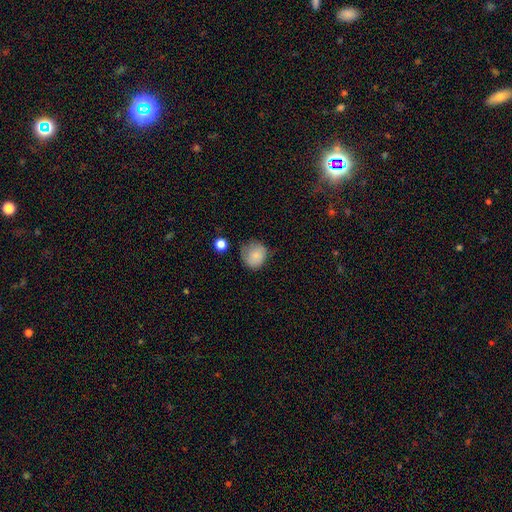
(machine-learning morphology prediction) type=smooth (80%); roundness=round (81%); merging=none (55%).